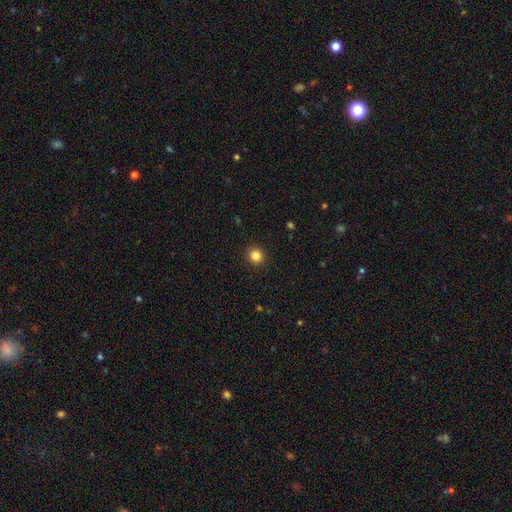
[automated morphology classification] Smooth or featured?
  - smooth: 84% *
  - star or artifact: 12%
  - featured or disk: 4%
How rounded?
  - round: 92% *
  - in between: 7%
  - cigar-shaped: 1%
Merging?
  - none: 93% *
  - minor disturbance: 5%
  - major disturbance: 2%
  - merger: 1%